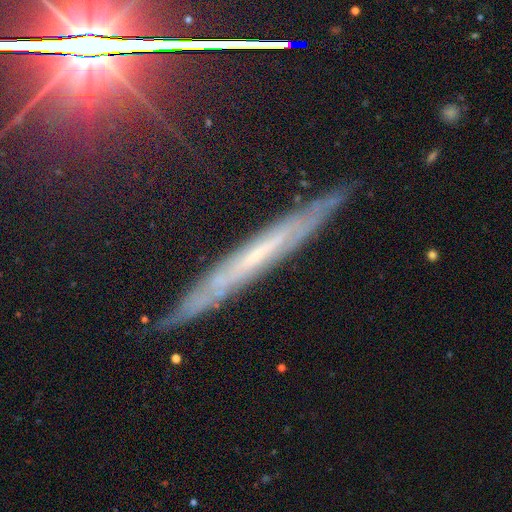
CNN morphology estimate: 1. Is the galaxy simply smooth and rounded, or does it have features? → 66% featured or disk, 22% smooth, 12% star or artifact.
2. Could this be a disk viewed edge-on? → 83% yes, 17% no.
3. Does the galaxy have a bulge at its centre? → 74% none, 21% rounded, 5% boxy.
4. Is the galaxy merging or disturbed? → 82% none, 14% minor disturbance, 2% major disturbance, 1% merger.